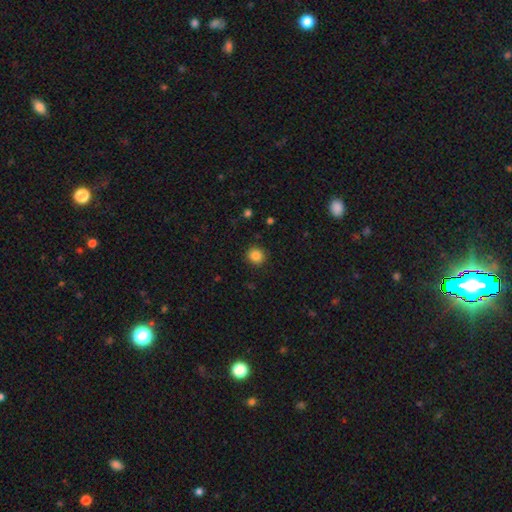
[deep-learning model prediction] The model was most divided on "smooth or featured": smooth: 85%, star or artifact: 11%, featured or disk: 4%. More confident: merging — none (90%); how rounded — round (89%).